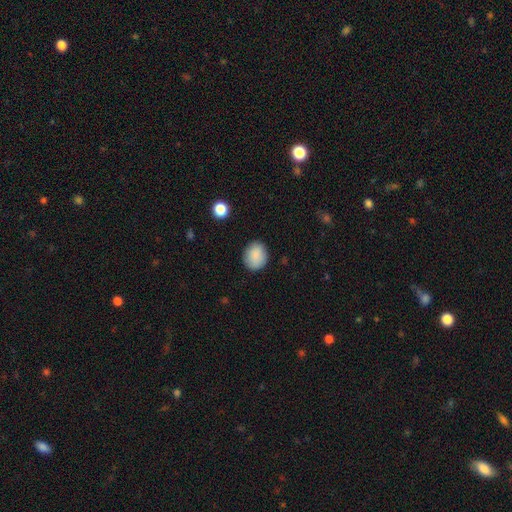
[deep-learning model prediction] Smooth or featured? smooth (88%)
How rounded? round (68%)
Merging? none (86%)